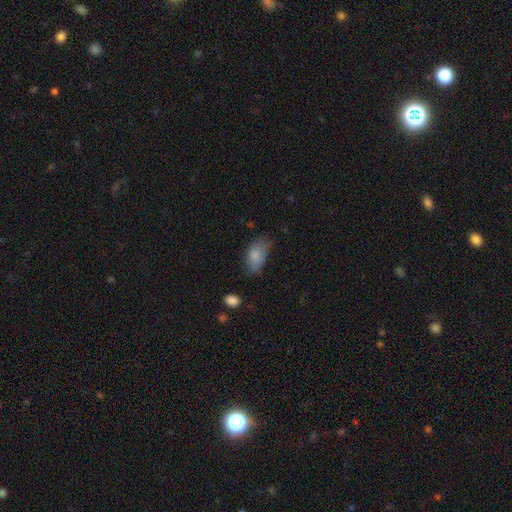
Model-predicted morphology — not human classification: Smooth or featured: smooth — 82% (featured or disk — 10%)
How rounded: in between — 91% (round — 7%)
Merging: none — 51% (minor disturbance — 34%)